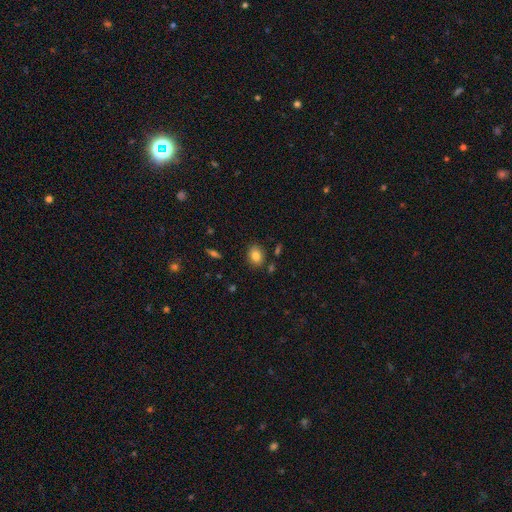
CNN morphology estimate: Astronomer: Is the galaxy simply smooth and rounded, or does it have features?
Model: smooth — 82%.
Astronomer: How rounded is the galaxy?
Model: in between — 52% (runner-up: round, 47%).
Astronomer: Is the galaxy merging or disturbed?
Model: none — 84%.